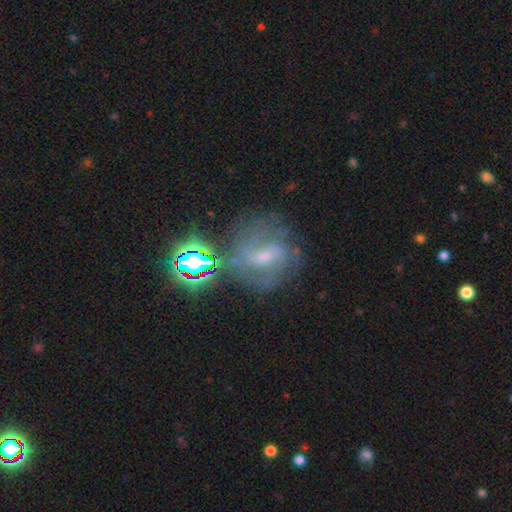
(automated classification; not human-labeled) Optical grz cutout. It shows a featured or disk galaxy (63%) with a weak bar (51%), 2 (38%) medium (43%) spiral arms (86%) and a small central bulge (50%). Merging: none (64%).